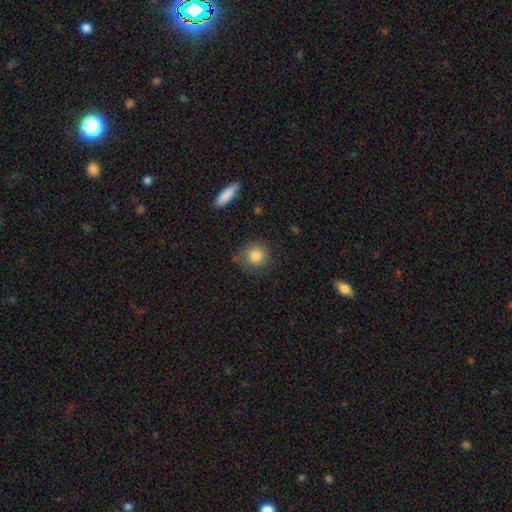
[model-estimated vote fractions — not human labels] This appears to be a smooth galaxy with no disk features (84%) that is round (88%). Merging: none (76%).